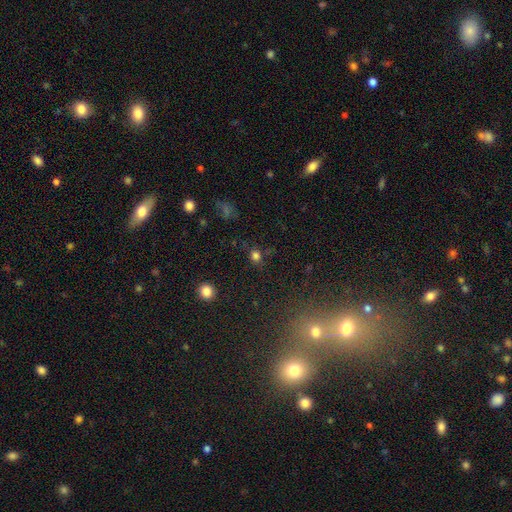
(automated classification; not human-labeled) A smooth galaxy with no disk features (74%) that is round (80%). Merging: none (79%).